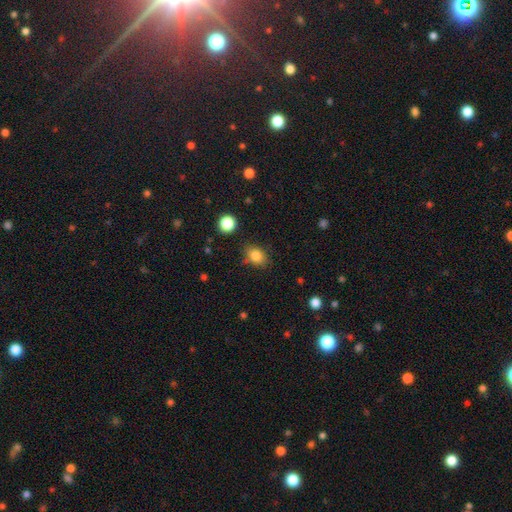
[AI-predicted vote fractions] The model was most divided on "how rounded": in between: 64%, round: 34%, cigar-shaped: 1%. More confident: smooth or featured — smooth (84%); merging — none (77%).